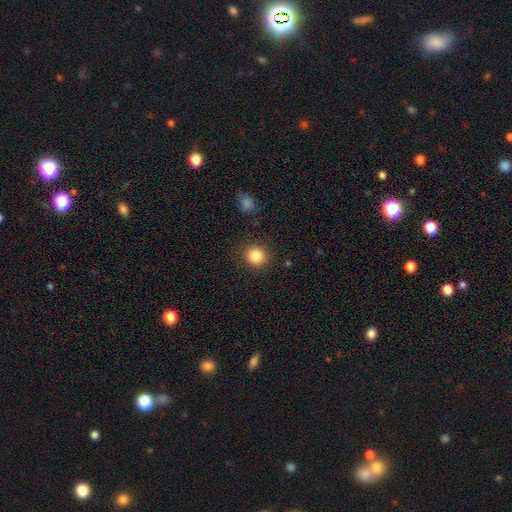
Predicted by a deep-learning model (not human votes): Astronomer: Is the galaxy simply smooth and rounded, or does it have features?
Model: smooth — 85%.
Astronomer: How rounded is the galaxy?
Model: round — 86%.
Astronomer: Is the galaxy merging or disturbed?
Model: none — 88%.